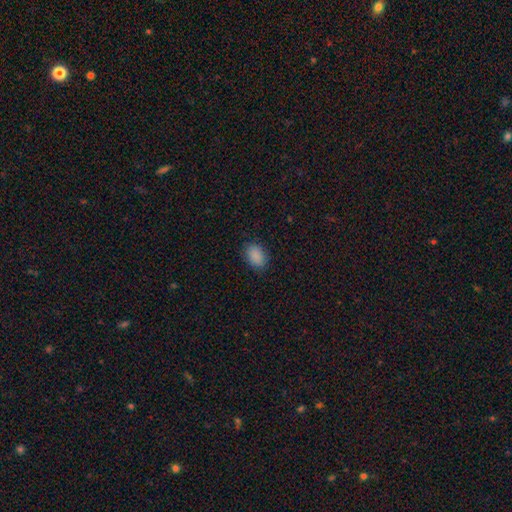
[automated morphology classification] This appears to be a smooth galaxy with no disk features (89%) that is in between round and cigar-shaped (82%). Merging: none (85%).